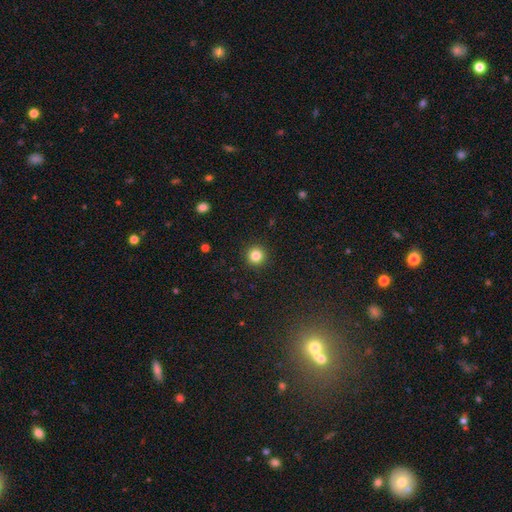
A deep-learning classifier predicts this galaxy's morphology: type=smooth (84%); roundness=round (95%); merging=none (92%).